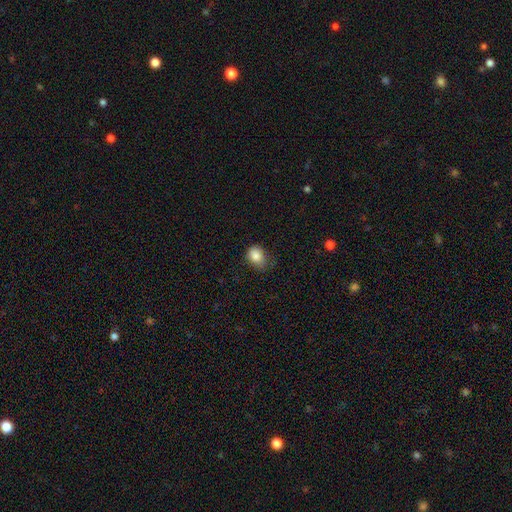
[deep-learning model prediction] smooth-or-featured: smooth: 84% | star or artifact: 10% | featured or disk: 7%
  how-rounded: in between: 56% | round: 43% | cigar-shaped: 1%
  merging: none: 55% | minor disturbance: 34% | major disturbance: 10% | merger: 1%